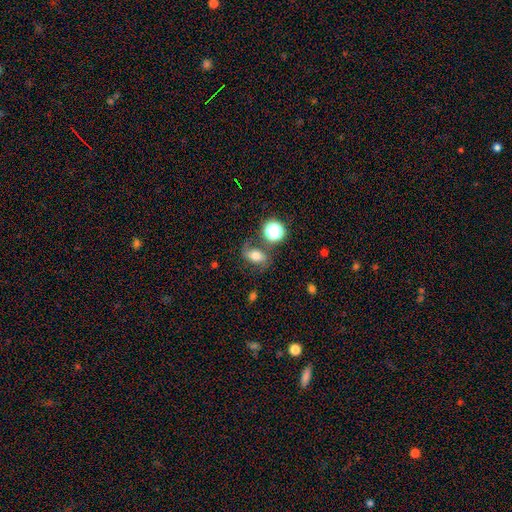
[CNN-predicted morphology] A smooth galaxy with no disk features (53%) that is in between round and cigar-shaped (72%).

Vote fractions:
- Smooth or featured? smooth: 53% / featured or disk: 32% / star or artifact: 15%
- How rounded? in between: 72% / round: 25% / cigar-shaped: 3%
- Merging? none: 63% / minor disturbance: 19% / major disturbance: 9% / merger: 9%